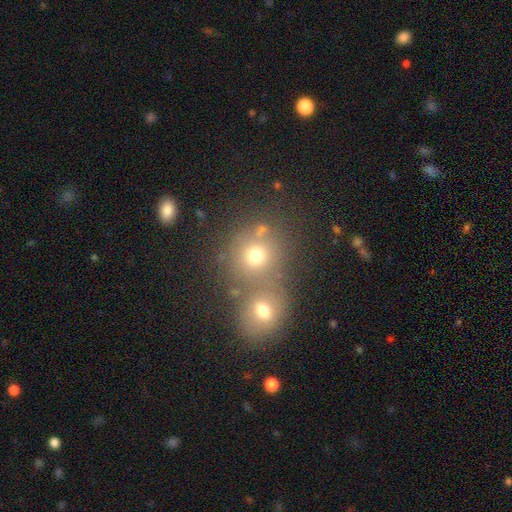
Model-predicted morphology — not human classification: A smooth galaxy with no disk features (71%) that is round (81%).

Vote fractions:
- Smooth or featured? smooth: 71% / star or artifact: 16% / featured or disk: 12%
- How rounded? round: 81% / in between: 18% / cigar-shaped: 1%
- Merging? merger: 47% / none: 42% / minor disturbance: 7% / major disturbance: 4%